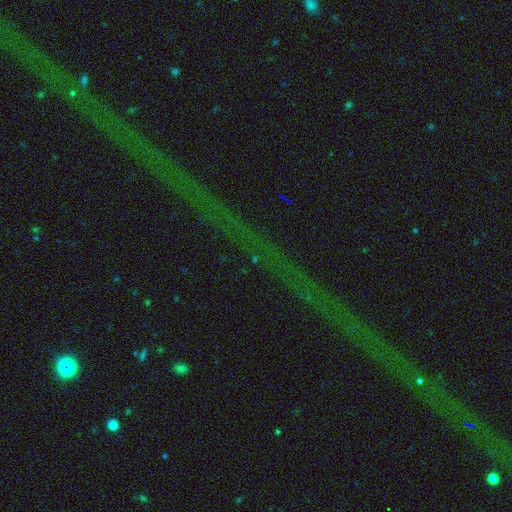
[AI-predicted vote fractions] Smooth or featured? Predicted: star or artifact (p=0.77).